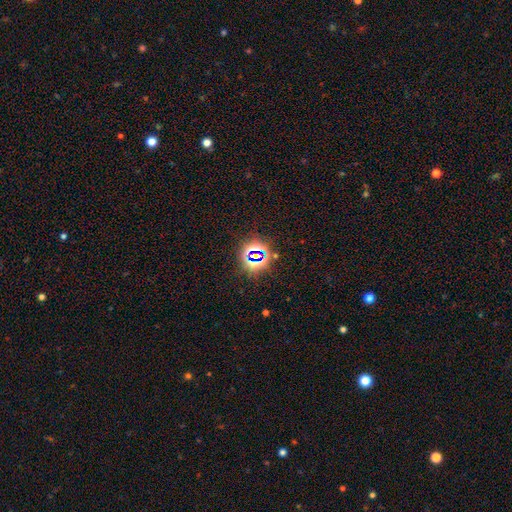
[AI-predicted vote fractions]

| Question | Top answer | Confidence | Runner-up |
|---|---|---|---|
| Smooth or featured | star or artifact | 74% | smooth (17%) |